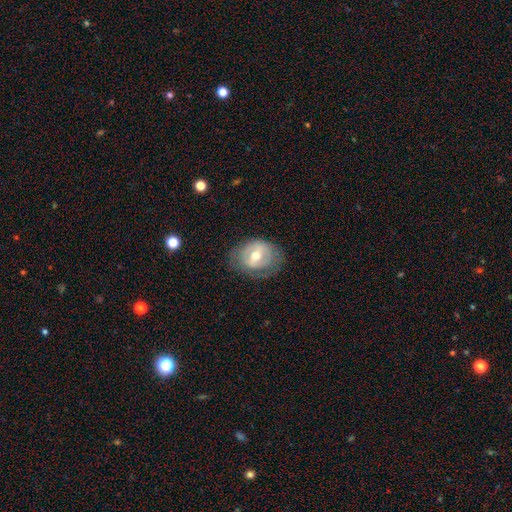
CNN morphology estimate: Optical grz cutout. It shows a featured or disk galaxy (57%) with a weak bar (44%), no spiral arms (65%) and a moderate central bulge (72%). Merging: none (67%).